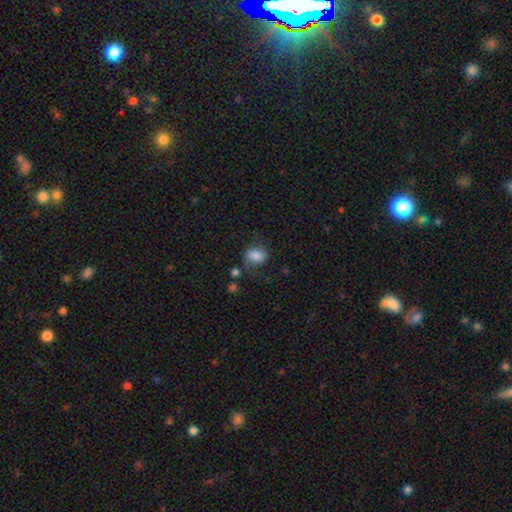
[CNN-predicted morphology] Smooth or featured? Predicted: smooth (p=0.79). How rounded? Predicted: in between (p=0.68). Merging? Predicted: none (p=0.62).